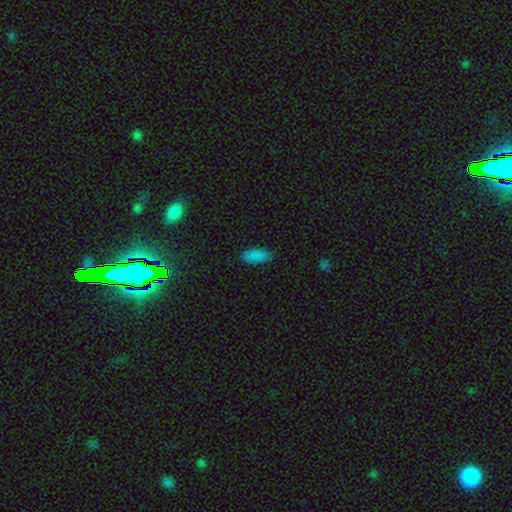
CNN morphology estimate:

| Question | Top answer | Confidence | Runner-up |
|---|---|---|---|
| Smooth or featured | smooth | 87% | star or artifact (9%) |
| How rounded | in between | 83% | cigar-shaped (15%) |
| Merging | none | 86% | minor disturbance (11%) |